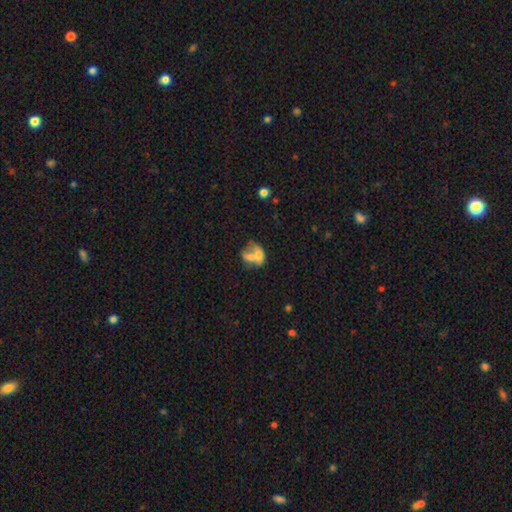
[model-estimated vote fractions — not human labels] The model was most divided on "smooth or featured": smooth: 52%, featured or disk: 37%, star or artifact: 11%. More confident: how rounded — in between (63%); merging — merger (52%).